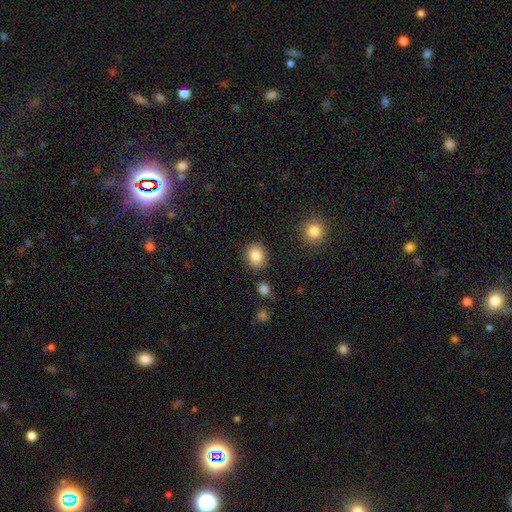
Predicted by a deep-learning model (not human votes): Q: Smooth or featured?
A: smooth (85%); runner-up: star or artifact (9%)
Q: How rounded?
A: round (63%); runner-up: in between (36%)
Q: Merging?
A: none (84%); runner-up: minor disturbance (10%)